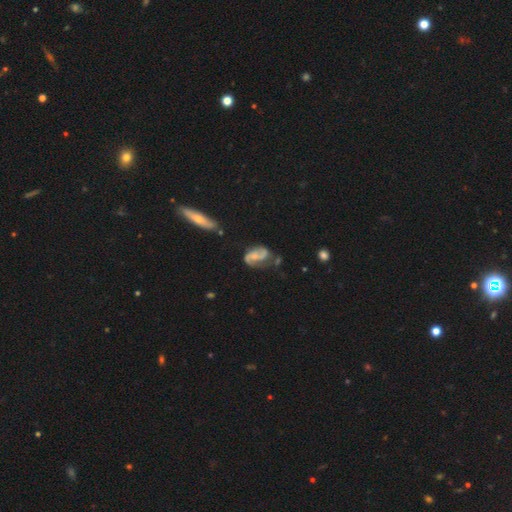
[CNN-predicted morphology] Smooth or featured?
  - featured or disk: 79% *
  - smooth: 15%
  - star or artifact: 6%
Edge-on disk?
  - no: 96% *
  - yes: 4%
Bar?
  - no: 51% *
  - weak: 37%
  - strong: 12%
Spiral arms?
  - yes: 93% *
  - no: 7%
Spiral winding?
  - medium: 43% *
  - loose: 41%
  - tight: 16%
Spiral arm count?
  - 2: 88% *
  - 1: 5%
  - can't tell: 5%
  - 3: 1%
  - 4: 1%
  - more than 4: 1%
Bulge size?
  - small: 42% *
  - none: 30%
  - moderate: 24%
  - large: 3%
  - dominant: 1%
Merging?
  - none: 55% *
  - minor disturbance: 24%
  - major disturbance: 13%
  - merger: 8%